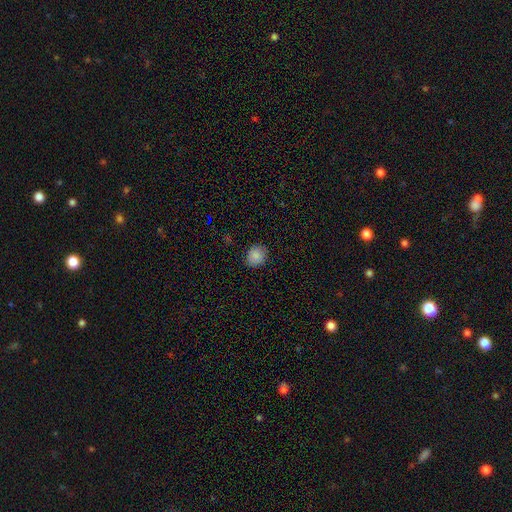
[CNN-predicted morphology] A smooth galaxy with no disk features (87%) that is round (76%).

Vote fractions:
- Smooth or featured? smooth: 87% / star or artifact: 9% / featured or disk: 4%
- How rounded? round: 76% / in between: 23% / cigar-shaped: 1%
- Merging? none: 88% / minor disturbance: 9% / major disturbance: 2% / merger: 1%